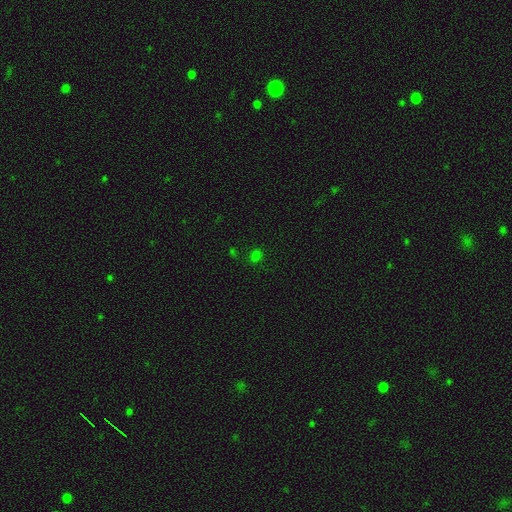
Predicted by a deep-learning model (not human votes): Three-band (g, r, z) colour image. It shows a smooth galaxy with no disk features (69%) that is round (50%). Merging: none (81%).